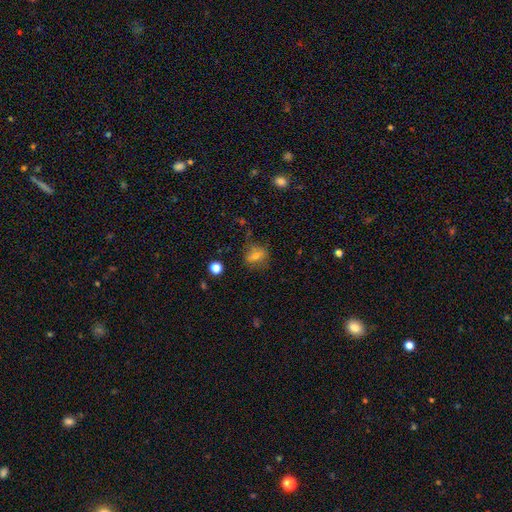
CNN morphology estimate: Smooth or featured: smooth — 66% (featured or disk — 21%)
How rounded: round — 50% (in between — 47%)
Merging: none — 72% (minor disturbance — 18%)